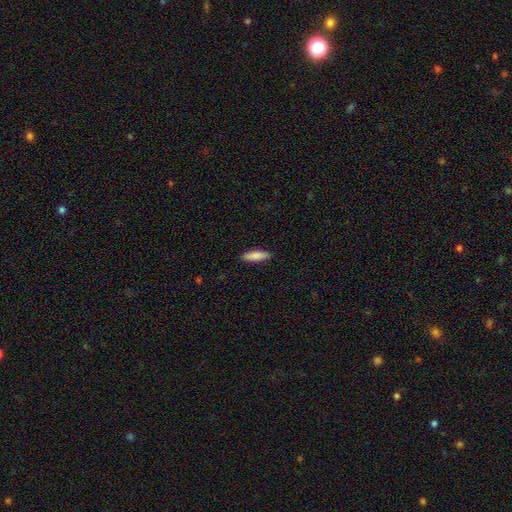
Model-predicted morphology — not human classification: smooth_or_featured: smooth (p=0.85) [alt: featured or disk p=0.09]
how_rounded: cigar-shaped (p=0.60) [alt: in between p=0.39]
merging: none (p=0.88) [alt: minor disturbance p=0.09]